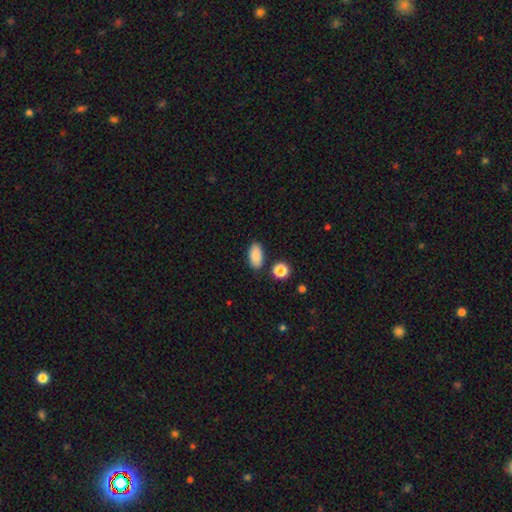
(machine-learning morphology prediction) type=smooth (88%); roundness=in between (91%); merging=none (83%).